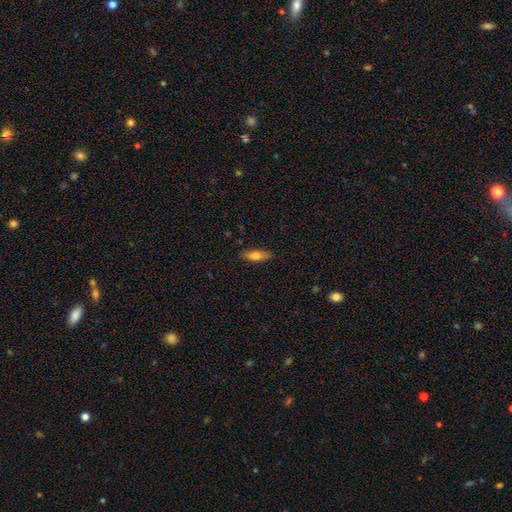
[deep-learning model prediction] A smooth galaxy with no disk features (68%) that is in between round and cigar-shaped (57%).

Vote fractions:
- Smooth or featured? smooth: 68% / featured or disk: 25% / star or artifact: 7%
- How rounded? in between: 57% / cigar-shaped: 41% / round: 3%
- Merging? none: 86% / minor disturbance: 11% / major disturbance: 2% / merger: 1%